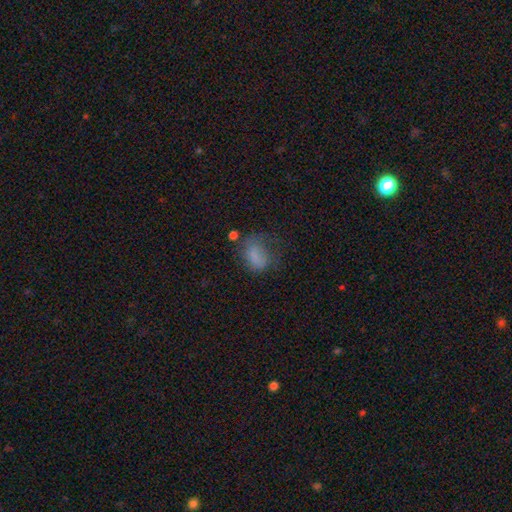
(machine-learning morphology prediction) Smooth or featured? smooth (72%)
How rounded? in between (73%)
Merging? none (35%)